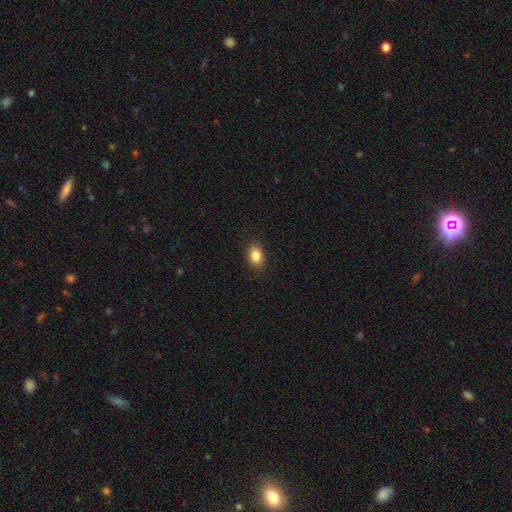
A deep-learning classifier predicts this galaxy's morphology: smooth_or_featured: smooth (p=0.85) [alt: star or artifact p=0.09]
how_rounded: in between (p=0.79) [alt: round p=0.20]
merging: none (p=0.88) [alt: minor disturbance p=0.09]